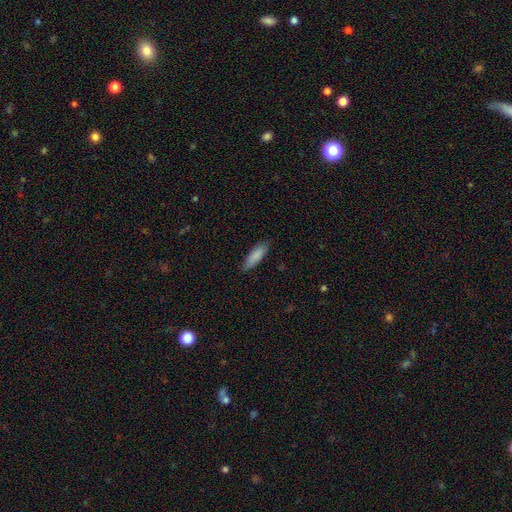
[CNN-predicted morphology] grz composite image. It shows a smooth galaxy with no disk features (87%) that is in between round and cigar-shaped (51%). Merging: none (86%).